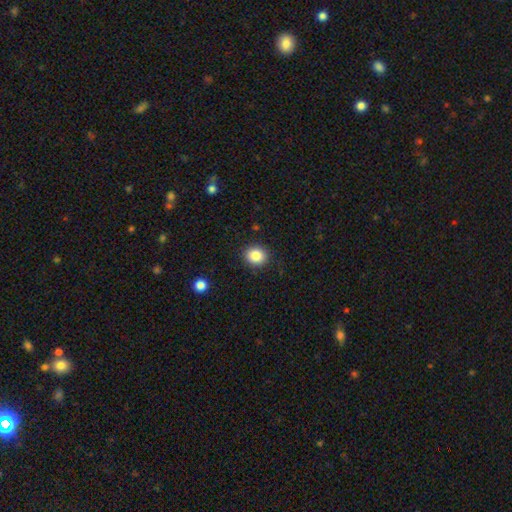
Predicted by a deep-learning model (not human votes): Q: Smooth or featured?
A: smooth (85%); runner-up: star or artifact (10%)
Q: How rounded?
A: round (78%); runner-up: in between (21%)
Q: Merging?
A: none (90%); runner-up: minor disturbance (7%)